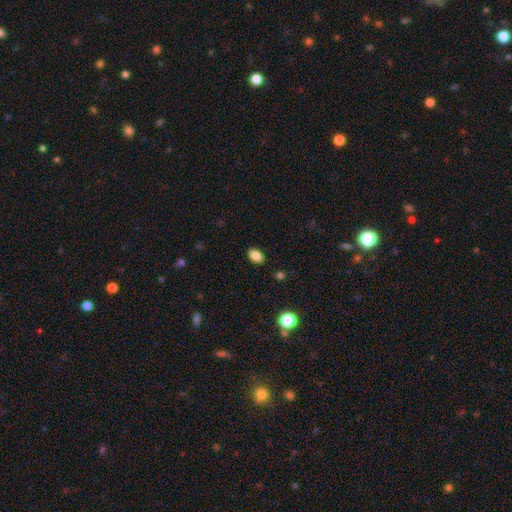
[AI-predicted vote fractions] A smooth galaxy with no disk features (85%) that is in between round and cigar-shaped (85%).

Vote fractions:
- Smooth or featured? smooth: 85% / star or artifact: 9% / featured or disk: 6%
- How rounded? in between: 85% / round: 13% / cigar-shaped: 1%
- Merging? none: 88% / minor disturbance: 9% / major disturbance: 2% / merger: 1%